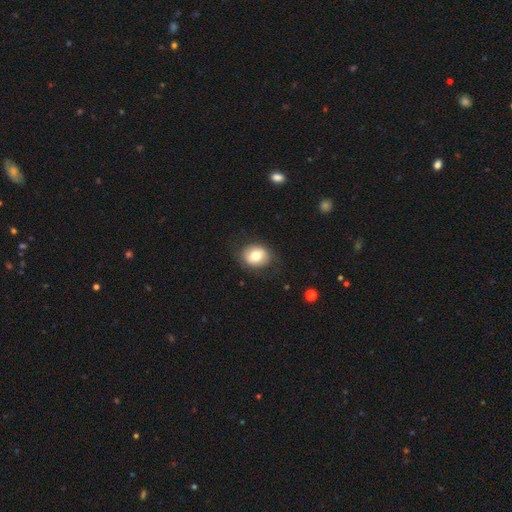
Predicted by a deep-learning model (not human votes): Smooth or featured: smooth — 74% (featured or disk — 18%)
How rounded: round — 62% (in between — 38%)
Merging: none — 80% (minor disturbance — 14%)